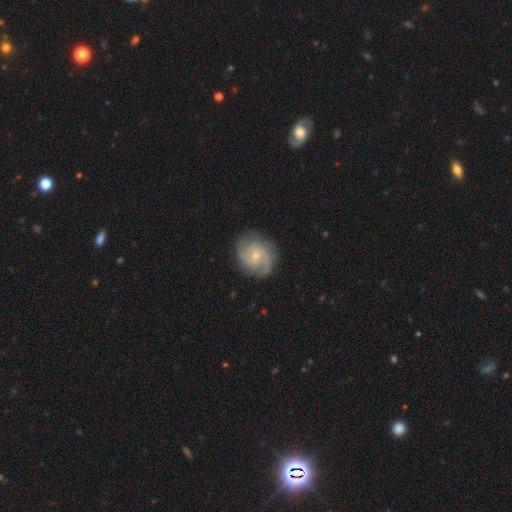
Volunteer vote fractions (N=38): A featured or disk galaxy (68%) with no bar (68%), 2 (60%) medium (52%) spiral arms (100%) and a small central bulge (60%). Merging: none (78%).